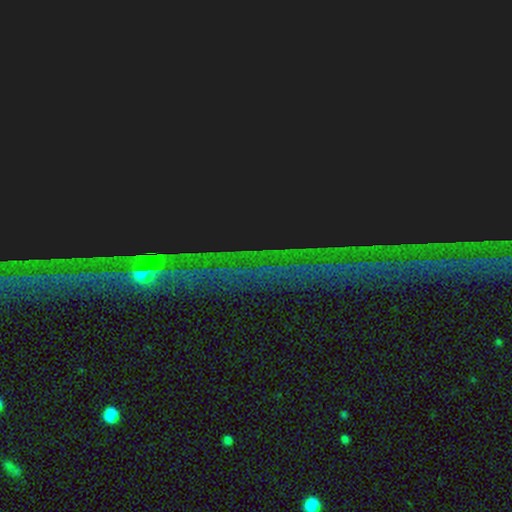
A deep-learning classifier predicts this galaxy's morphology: This is clearly a star or artifact rather than a galaxy (87%).